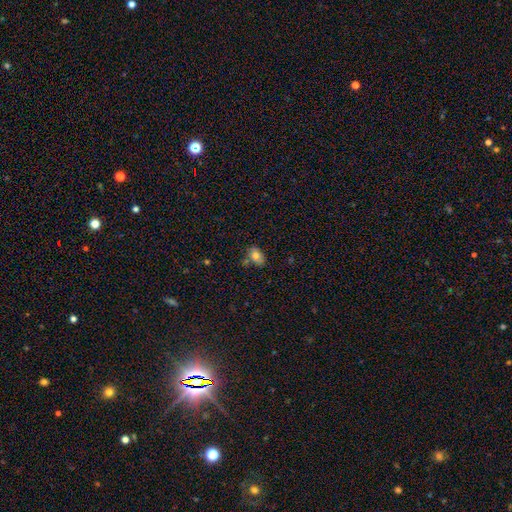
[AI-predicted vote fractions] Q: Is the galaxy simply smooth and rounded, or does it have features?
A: smooth — 77%.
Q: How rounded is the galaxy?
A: in between — 82%.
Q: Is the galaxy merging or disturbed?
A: none — 66%.